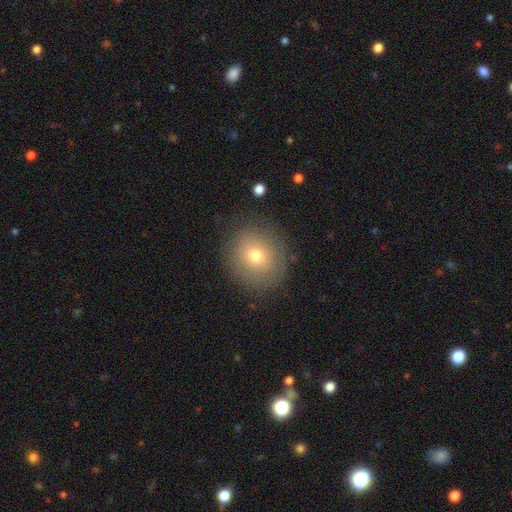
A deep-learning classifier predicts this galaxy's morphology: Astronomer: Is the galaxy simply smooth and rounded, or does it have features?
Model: smooth — 71%.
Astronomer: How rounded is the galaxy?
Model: round — 86%.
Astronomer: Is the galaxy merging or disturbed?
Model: none — 85%.